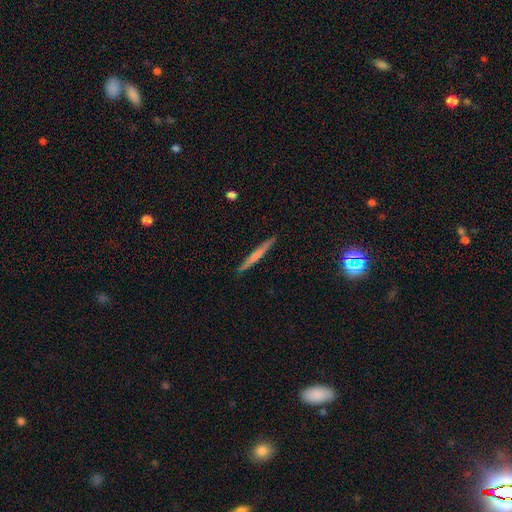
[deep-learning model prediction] featured or disk 55%, smooth 39%, star or artifact 7%. Down the decision tree: edge-on disk — yes (97%); edge-on bulge — rounded (48%); merging — none (90%).